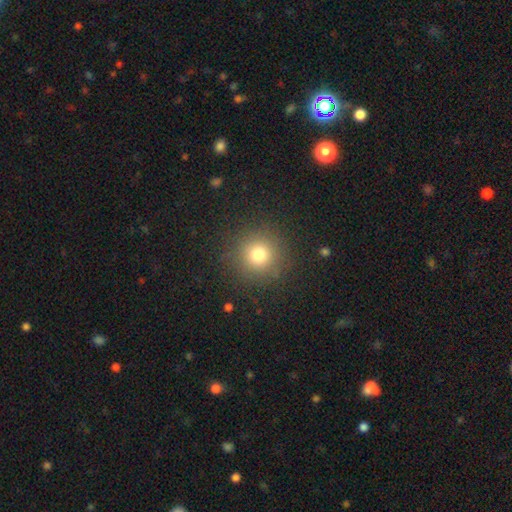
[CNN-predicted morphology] The model was most divided on "smooth or featured": smooth: 75%, star or artifact: 17%, featured or disk: 8%. More confident: how rounded — round (95%); merging — none (90%).